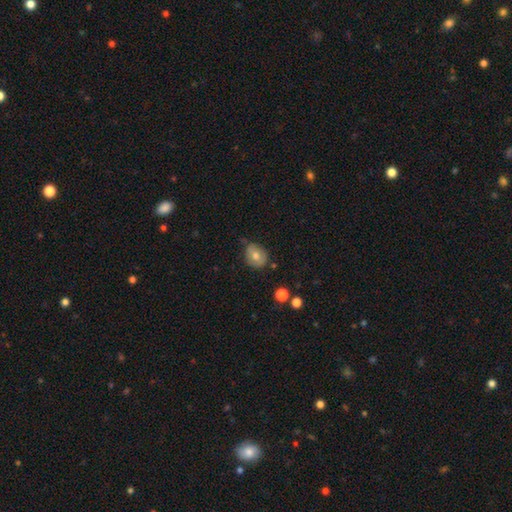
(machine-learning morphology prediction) Smooth or featured? Predicted: smooth (p=0.72). How rounded? Predicted: round (p=0.57). Merging? Predicted: none (p=0.66).